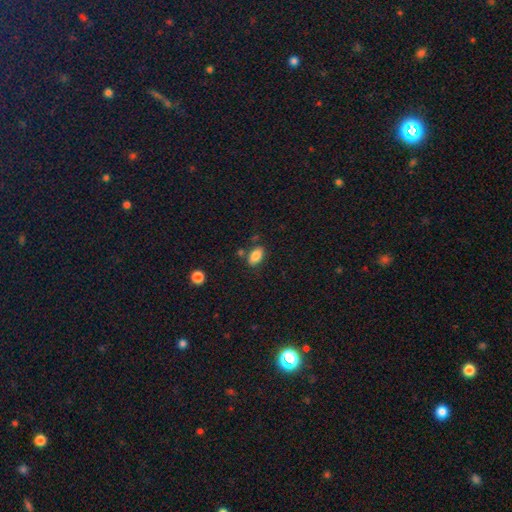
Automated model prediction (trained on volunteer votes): Smooth or featured: smooth — 85% (star or artifact — 8%)
How rounded: in between — 91% (round — 6%)
Merging: none — 77% (minor disturbance — 13%)